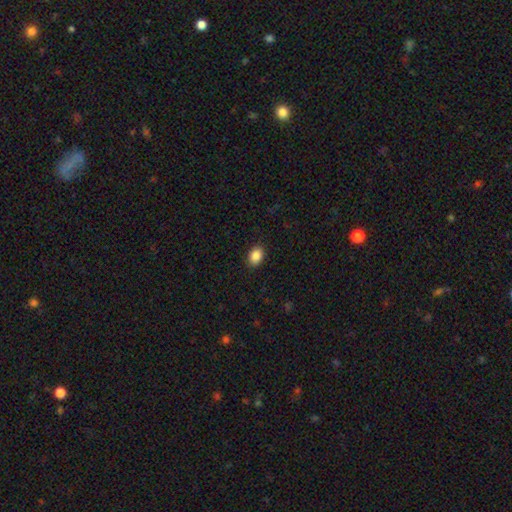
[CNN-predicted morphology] Smooth or featured: smooth — 89% (star or artifact — 8%)
How rounded: in between — 72% (round — 27%)
Merging: none — 90% (minor disturbance — 7%)